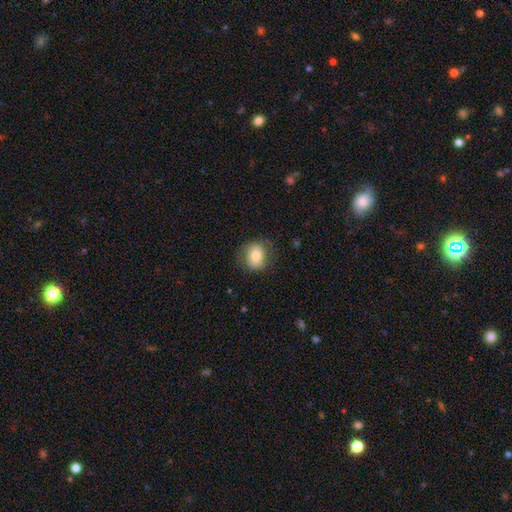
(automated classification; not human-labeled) A smooth galaxy with no disk features (72%) that is round (67%). Merging: none (77%).